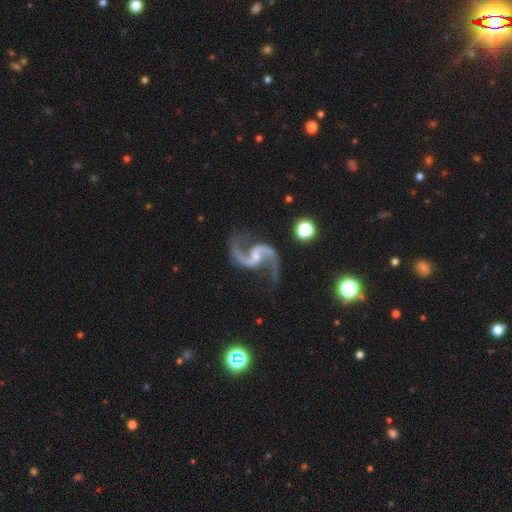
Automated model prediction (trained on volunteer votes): smooth_or_featured: featured or disk (p=0.94) [alt: star or artifact p=0.04]
disk_edge_on: no (p=0.98) [alt: yes p=0.02]
bar: weak (p=0.46) [alt: no p=0.37]
has_spiral_arms: yes (p=0.98) [alt: no p=0.02]
spiral_winding: loose (p=0.69) [alt: medium p=0.27]
spiral_arm_count: 2 (p=0.95) [alt: 1 p=0.01]
bulge_size: small (p=0.59) [alt: moderate p=0.20]
merging: none (p=0.76) [alt: minor disturbance p=0.14]